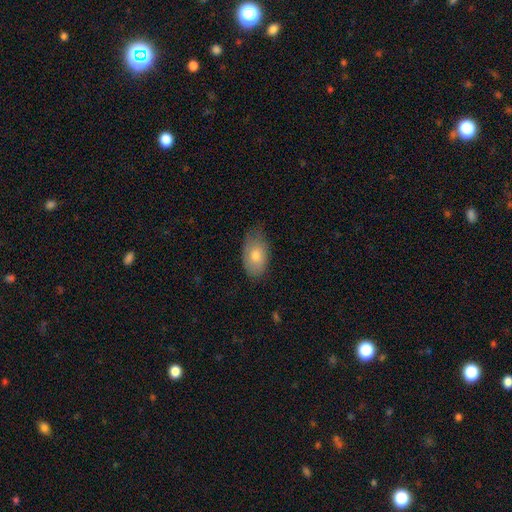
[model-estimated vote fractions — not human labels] Q: Smooth or featured?
A: smooth (74%); runner-up: featured or disk (18%)
Q: How rounded?
A: in between (91%); runner-up: round (7%)
Q: Merging?
A: none (62%); runner-up: minor disturbance (31%)